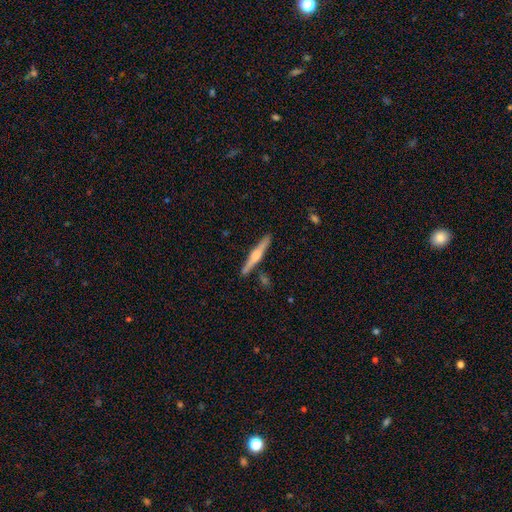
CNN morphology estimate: Q: Smooth or featured?
A: featured or disk (63%); runner-up: smooth (32%)
Q: Edge-on disk?
A: yes (98%); runner-up: no (2%)
Q: Edge-on bulge?
A: rounded (84%); runner-up: boxy (9%)
Q: Merging?
A: none (87%); runner-up: minor disturbance (8%)